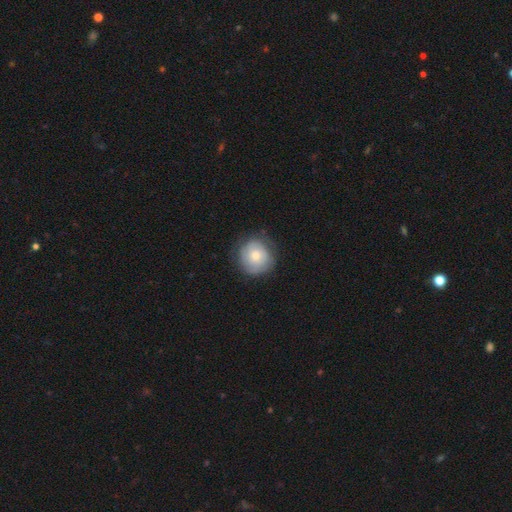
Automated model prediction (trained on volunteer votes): smooth 58%, featured or disk 35%, star or artifact 7%. Down the decision tree: how rounded — round (90%); merging — none (75%).